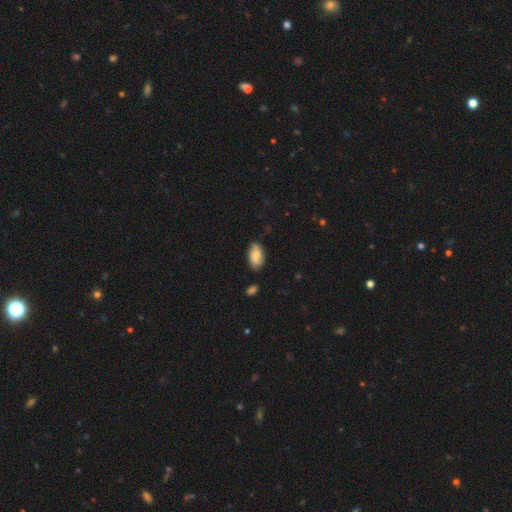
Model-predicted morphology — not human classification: This appears to be a smooth galaxy with no disk features (59%) that is in between round and cigar-shaped (92%). Merging: none (71%).